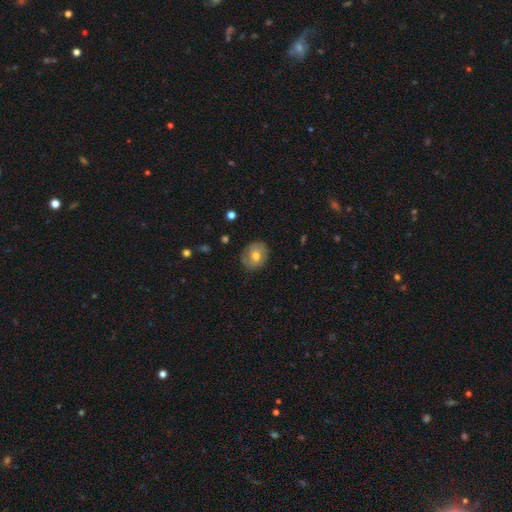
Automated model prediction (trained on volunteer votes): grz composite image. It shows a smooth galaxy with no disk features (62%) that is round (67%). Merging: none (78%).